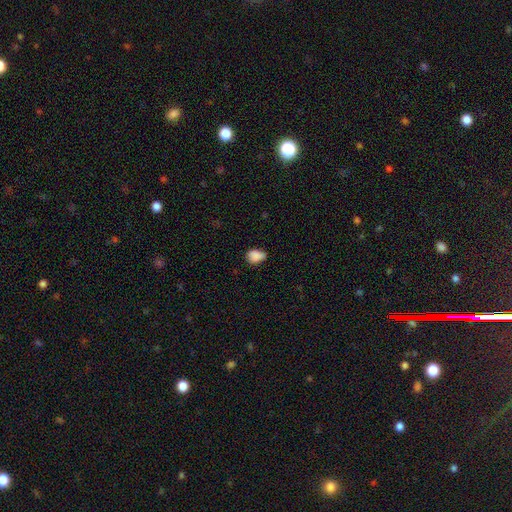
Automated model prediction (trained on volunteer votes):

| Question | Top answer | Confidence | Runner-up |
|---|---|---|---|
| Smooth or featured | smooth | 87% | star or artifact (9%) |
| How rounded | in between | 73% | round (25%) |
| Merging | none | 62% | minor disturbance (31%) |